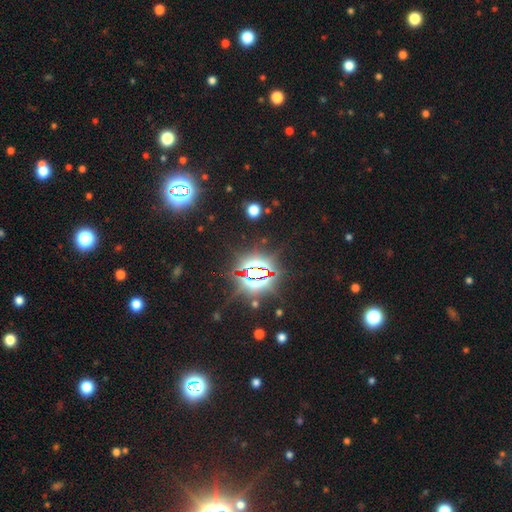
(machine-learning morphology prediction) A star or artifact, not a galaxy (85%).

Vote fractions:
- Smooth or featured? star or artifact: 85% / smooth: 9% / featured or disk: 6%